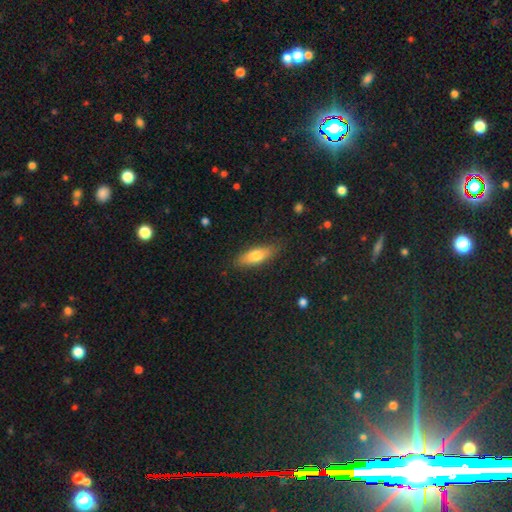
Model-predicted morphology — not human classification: smooth 73%, featured or disk 20%, star or artifact 6%. Down the decision tree: how rounded — in between (65%); merging — none (83%).